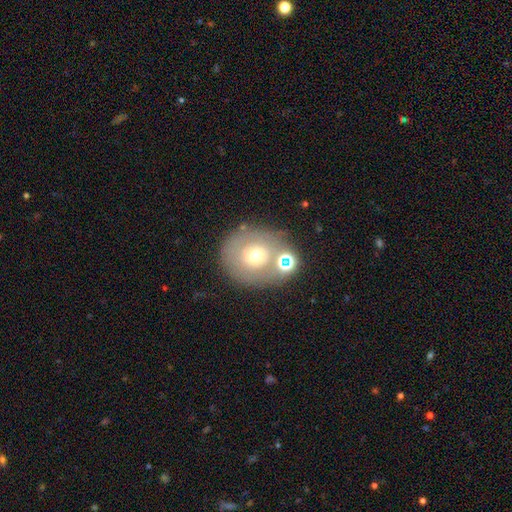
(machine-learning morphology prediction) smooth 53%, featured or disk 33%, star or artifact 14%. Down the decision tree: how rounded — round (84%); merging — none (66%).